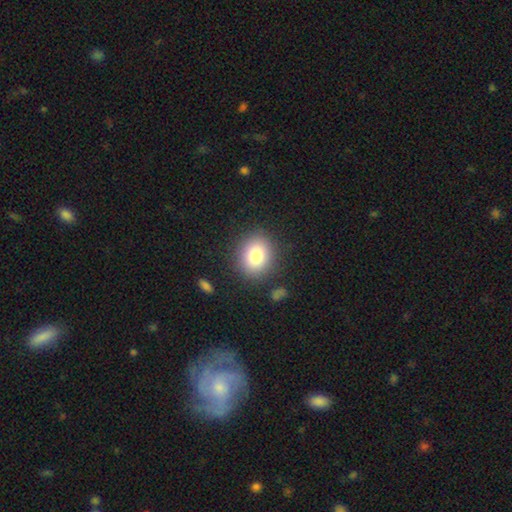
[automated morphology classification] type=smooth (82%); roundness=round (64%); merging=none (86%).